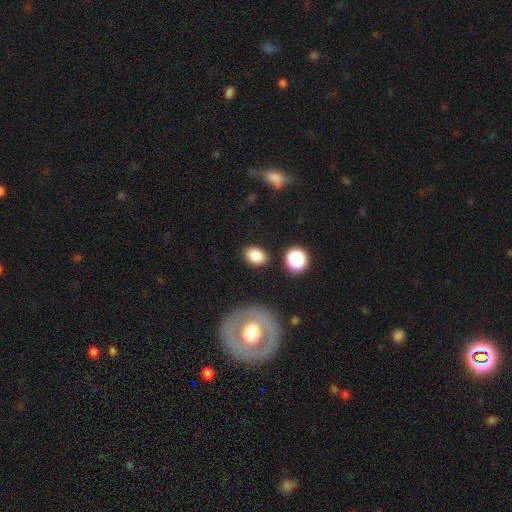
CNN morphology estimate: A smooth galaxy with no disk features (84%) that is in between round and cigar-shaped (78%).

Vote fractions:
- Smooth or featured? smooth: 84% / star or artifact: 9% / featured or disk: 7%
- How rounded? in between: 78% / round: 20% / cigar-shaped: 1%
- Merging? none: 83% / minor disturbance: 10% / merger: 3% / major disturbance: 3%